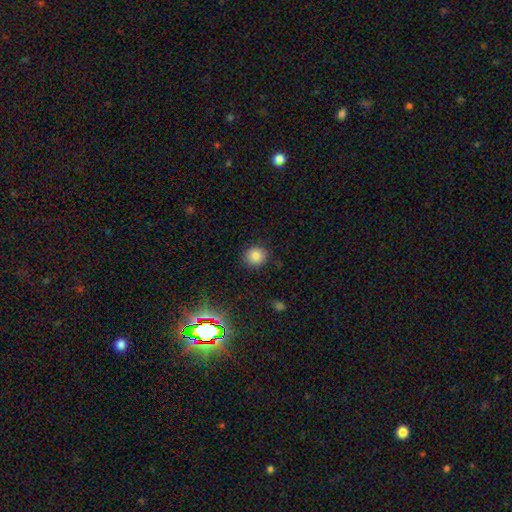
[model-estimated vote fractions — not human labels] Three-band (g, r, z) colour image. It shows a smooth galaxy with no disk features (81%) that is round (86%). Merging: none (88%).